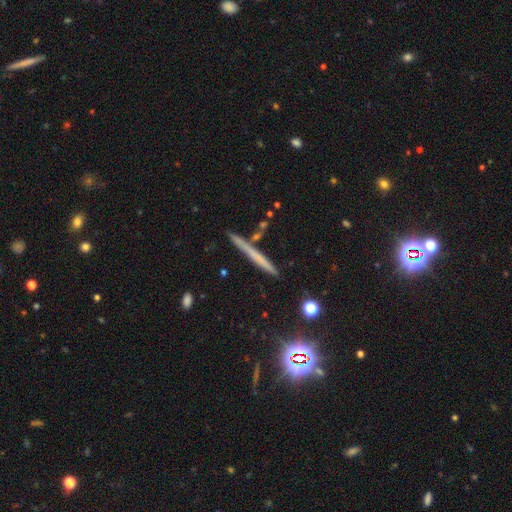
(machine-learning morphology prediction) Smooth or featured?
  - smooth: 46% *
  - featured or disk: 41%
  - star or artifact: 13%
Merging?
  - none: 83% *
  - minor disturbance: 10%
  - merger: 4%
  - major disturbance: 2%